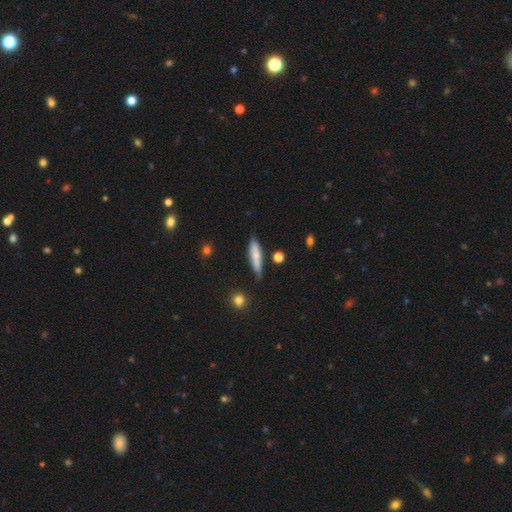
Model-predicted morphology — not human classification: Overall: smooth (72%). How rounded: cigar-shaped (79%). Merging: none (76%).